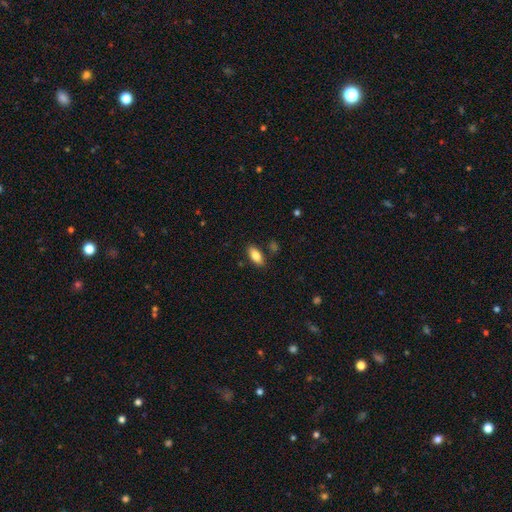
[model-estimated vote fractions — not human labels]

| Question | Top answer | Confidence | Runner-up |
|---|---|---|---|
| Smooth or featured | smooth | 83% | featured or disk (10%) |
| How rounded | in between | 88% | cigar-shaped (9%) |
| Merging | none | 84% | minor disturbance (11%) |